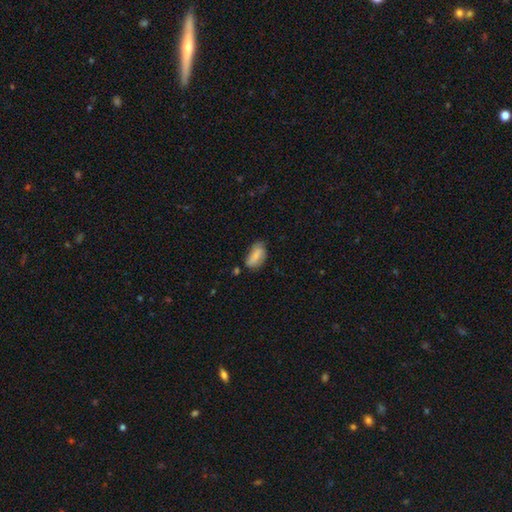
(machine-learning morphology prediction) Overall: smooth (80%). How rounded: in between (89%). Merging: none (58%; minor disturbance 31%).